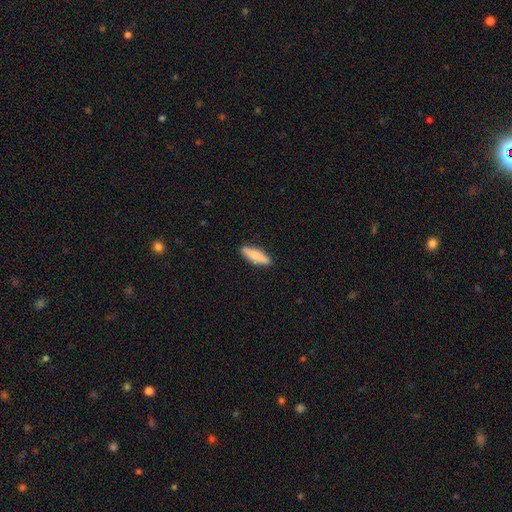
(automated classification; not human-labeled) Smooth or featured? Predicted: smooth (p=0.79). How rounded? Predicted: cigar-shaped (p=0.62). Merging? Predicted: none (p=0.89).